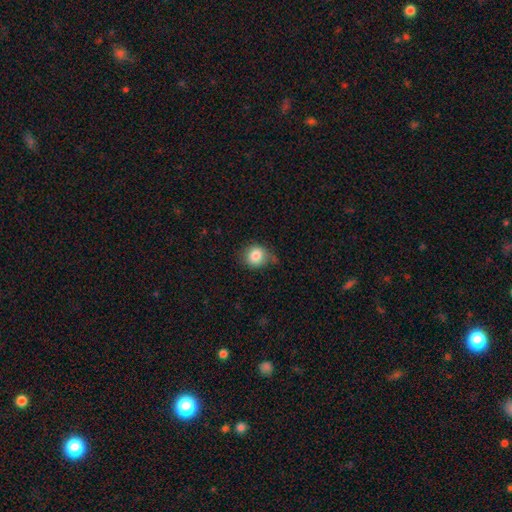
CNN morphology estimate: Smooth or featured?
  - smooth: 83% *
  - star or artifact: 10%
  - featured or disk: 7%
How rounded?
  - round: 80% *
  - in between: 19%
  - cigar-shaped: 1%
Merging?
  - none: 60% *
  - minor disturbance: 29%
  - major disturbance: 8%
  - merger: 3%